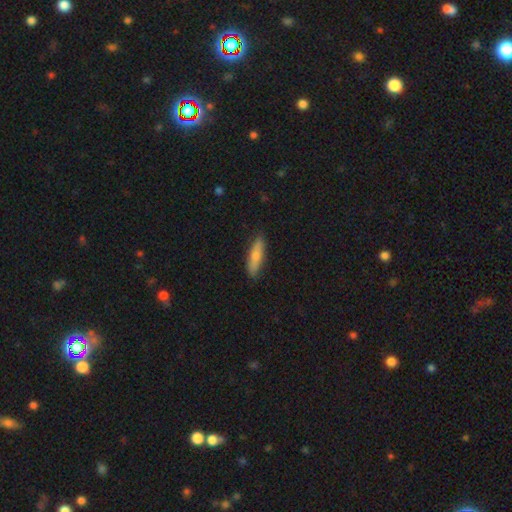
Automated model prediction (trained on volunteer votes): Q: Smooth or featured?
A: smooth (72%); runner-up: featured or disk (22%)
Q: How rounded?
A: cigar-shaped (66%); runner-up: in between (32%)
Q: Merging?
A: none (87%); runner-up: minor disturbance (10%)